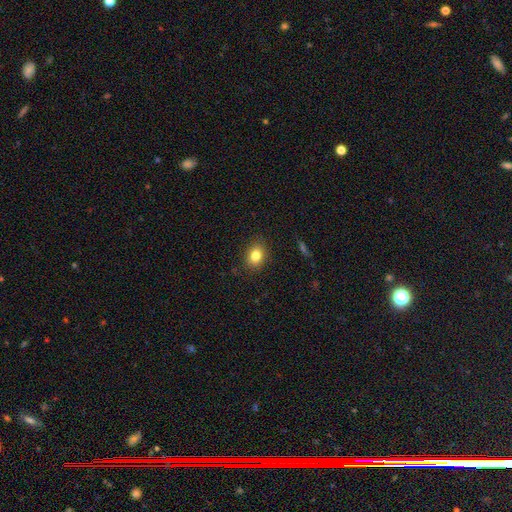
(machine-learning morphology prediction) smooth-or-featured: smooth: 82% | star or artifact: 11% | featured or disk: 8%
  how-rounded: in between: 52% | round: 47% | cigar-shaped: 1%
  merging: none: 87% | minor disturbance: 10% | major disturbance: 2% | merger: 1%